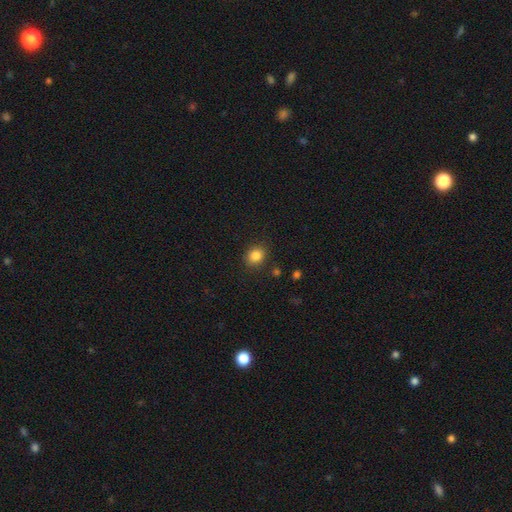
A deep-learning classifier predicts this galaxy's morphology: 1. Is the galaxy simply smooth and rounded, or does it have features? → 85% smooth, 11% star or artifact, 5% featured or disk.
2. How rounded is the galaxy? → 71% round, 28% in between, 1% cigar-shaped.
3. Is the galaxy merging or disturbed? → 86% none, 9% minor disturbance, 3% major disturbance, 2% merger.